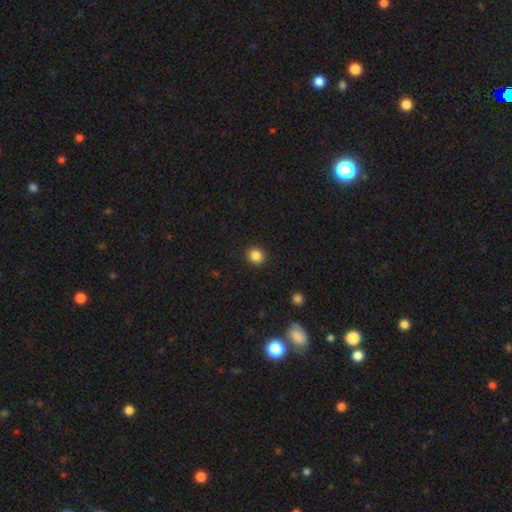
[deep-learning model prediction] A smooth galaxy with no disk features (85%) that is round (88%). Merging: none (92%).